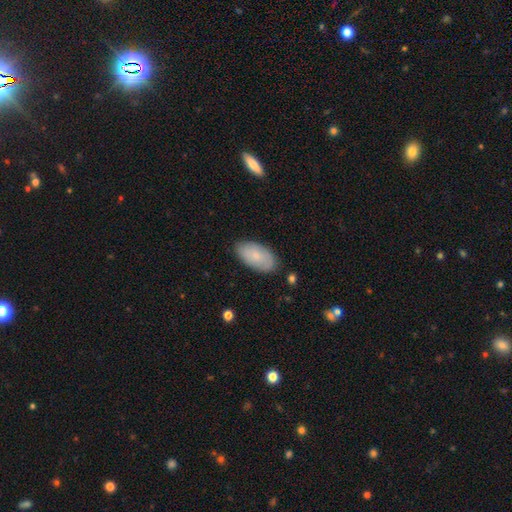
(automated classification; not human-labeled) This appears to be a smooth galaxy with no disk features (77%) that is in between round and cigar-shaped (95%). Merging: none (82%).